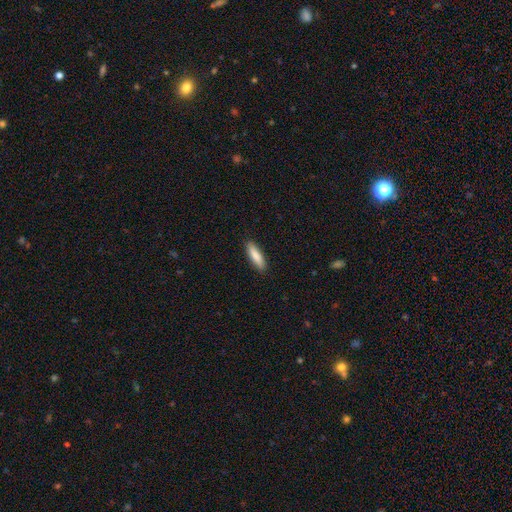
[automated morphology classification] type=smooth (85%); roundness=cigar-shaped (68%); merging=none (90%).